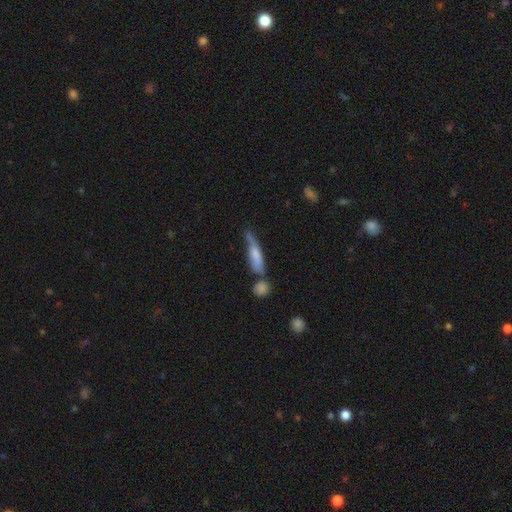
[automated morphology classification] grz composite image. It shows a smooth galaxy with no disk features (62%) that is cigar-shaped (76%). Merging: none (40%).